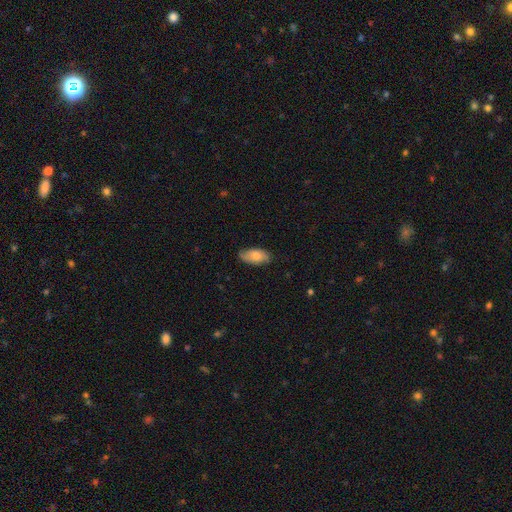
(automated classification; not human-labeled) smooth-or-featured: smooth: 64% | featured or disk: 29% | star or artifact: 7%
  how-rounded: in between: 92% | cigar-shaped: 5% | round: 3%
  merging: none: 74% | minor disturbance: 21% | major disturbance: 4% | merger: 1%